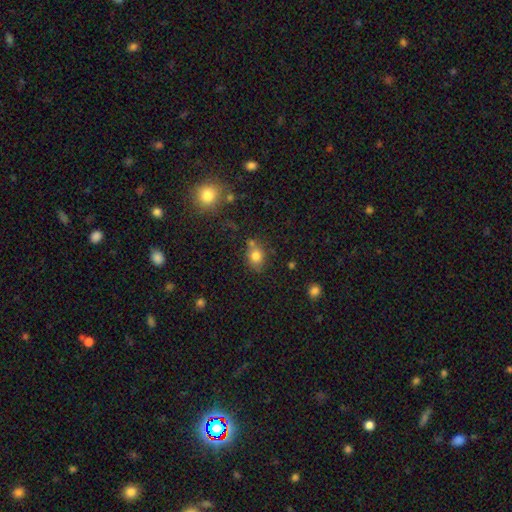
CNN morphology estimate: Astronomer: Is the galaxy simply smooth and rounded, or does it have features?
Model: smooth — 78%.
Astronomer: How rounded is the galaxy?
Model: in between — 51% (runner-up: round, 47%).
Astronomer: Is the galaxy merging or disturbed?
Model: none — 64%.